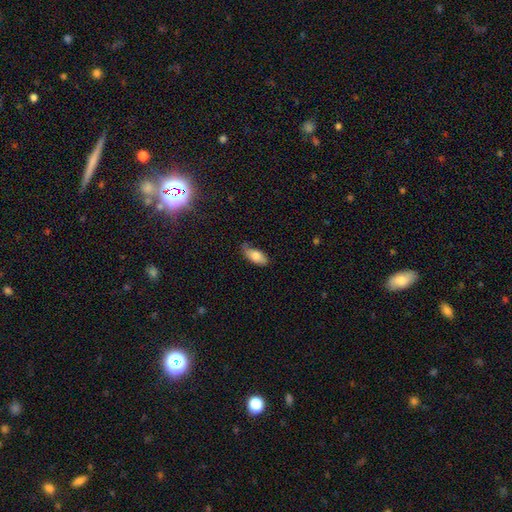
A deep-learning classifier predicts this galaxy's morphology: The model was most divided on "merging": none: 61%, minor disturbance: 30%, major disturbance: 6%, merger: 2%. More confident: how rounded — in between (87%); smooth or featured — smooth (81%).